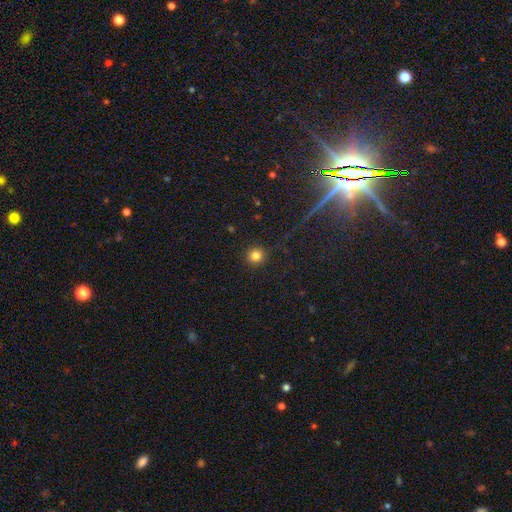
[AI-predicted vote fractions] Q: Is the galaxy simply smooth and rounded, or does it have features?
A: smooth — 82%.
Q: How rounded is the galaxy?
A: round — 94%.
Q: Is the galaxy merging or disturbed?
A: none — 92%.